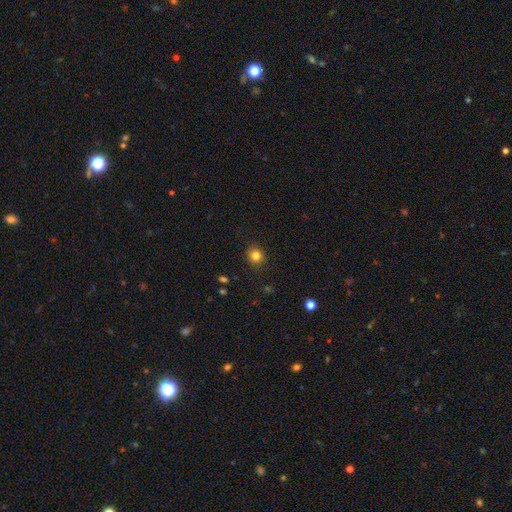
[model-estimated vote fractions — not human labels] A smooth galaxy with no disk features (82%) that is round (89%).

Vote fractions:
- Smooth or featured? smooth: 82% / star or artifact: 13% / featured or disk: 5%
- How rounded? round: 89% / in between: 10% / cigar-shaped: 1%
- Merging? none: 90% / minor disturbance: 7% / major disturbance: 2% / merger: 1%